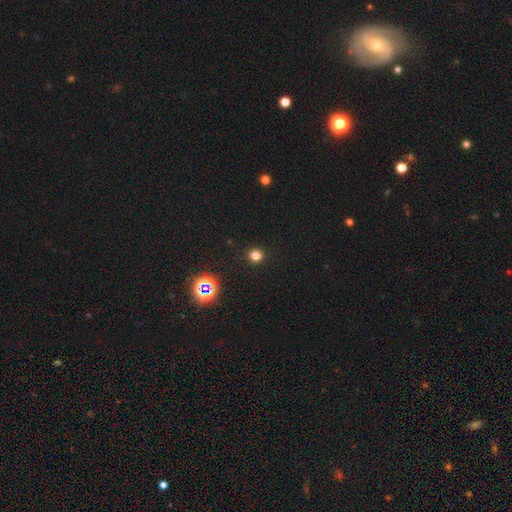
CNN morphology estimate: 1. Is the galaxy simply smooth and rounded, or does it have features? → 76% smooth, 20% star or artifact, 4% featured or disk.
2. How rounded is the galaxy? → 92% round, 7% in between, 1% cigar-shaped.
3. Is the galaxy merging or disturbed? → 92% none, 5% minor disturbance, 2% major disturbance, 1% merger.